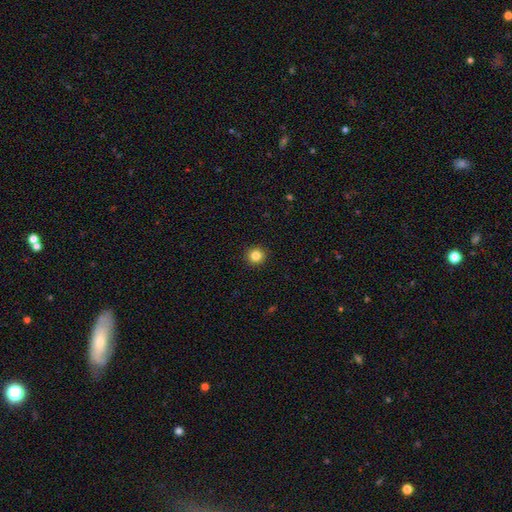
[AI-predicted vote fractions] Q: Smooth or featured?
A: smooth (84%); runner-up: star or artifact (11%)
Q: How rounded?
A: round (94%); runner-up: in between (5%)
Q: Merging?
A: none (93%); runner-up: minor disturbance (5%)